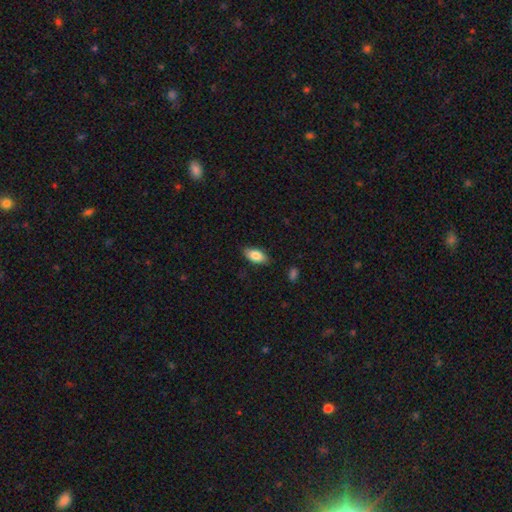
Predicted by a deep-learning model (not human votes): smooth_or_featured: smooth (p=0.83) [alt: featured or disk p=0.10]
how_rounded: in between (p=0.90) [alt: cigar-shaped p=0.06]
merging: none (p=0.85) [alt: minor disturbance p=0.12]